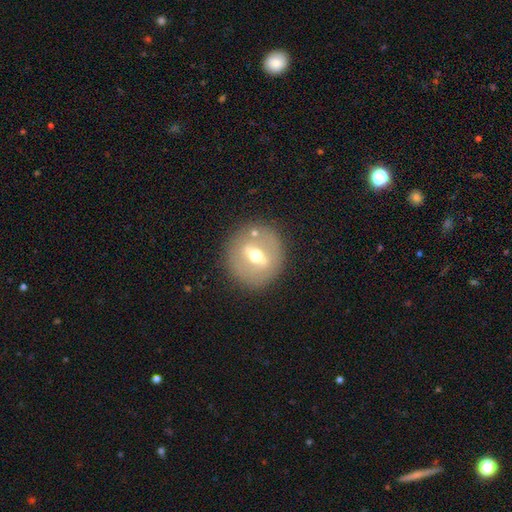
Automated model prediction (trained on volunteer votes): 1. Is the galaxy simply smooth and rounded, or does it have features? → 61% featured or disk, 31% smooth, 8% star or artifact.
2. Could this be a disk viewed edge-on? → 74% no, 26% yes.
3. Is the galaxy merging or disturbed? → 84% none, 9% minor disturbance, 4% major disturbance, 3% merger.